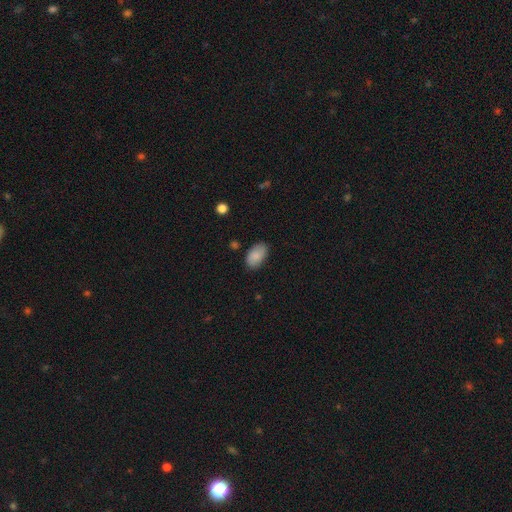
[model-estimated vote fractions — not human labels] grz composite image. It shows a smooth galaxy with no disk features (87%) that is in between round and cigar-shaped (93%). Merging: none (80%).